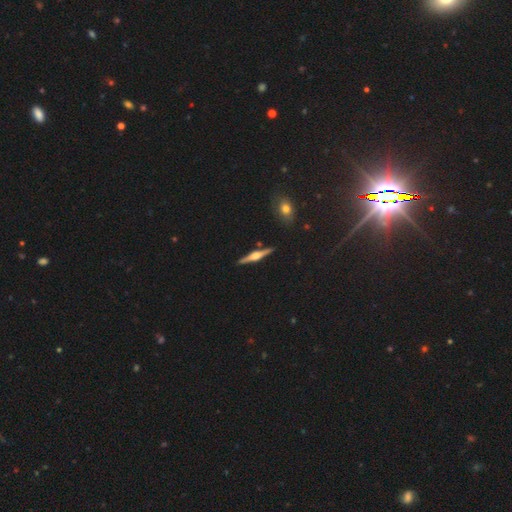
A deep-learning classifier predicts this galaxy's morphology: The model was most divided on "smooth or featured": featured or disk: 75%, smooth: 19%, star or artifact: 5%. More confident: edge-on disk — yes (98%); merging — none (90%); edge-on bulge — rounded (84%).